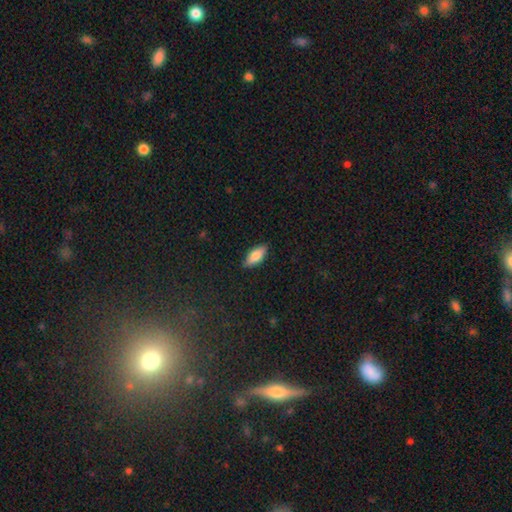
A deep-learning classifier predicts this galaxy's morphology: Smooth or featured? Predicted: smooth (p=0.79). How rounded? Predicted: in between (p=0.79). Merging? Predicted: none (p=0.87).